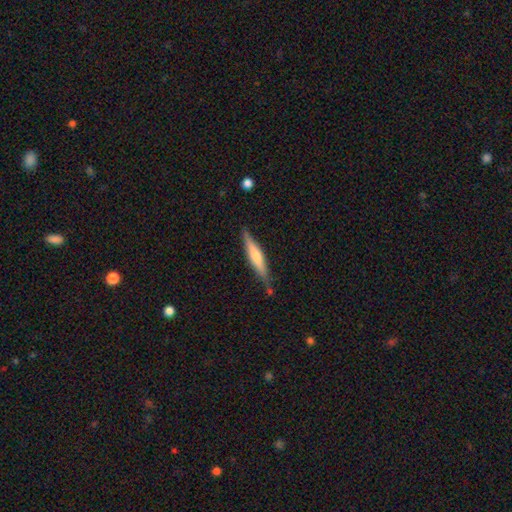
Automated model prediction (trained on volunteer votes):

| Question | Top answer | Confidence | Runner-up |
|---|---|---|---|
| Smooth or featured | featured or disk | 49% | smooth (45%) |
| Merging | none | 82% | minor disturbance (13%) |